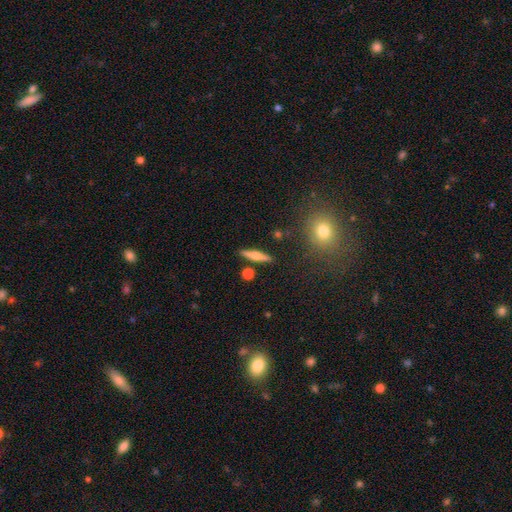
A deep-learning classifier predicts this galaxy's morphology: Smooth or featured? smooth (53%)
How rounded? cigar-shaped (82%)
Merging? none (86%)